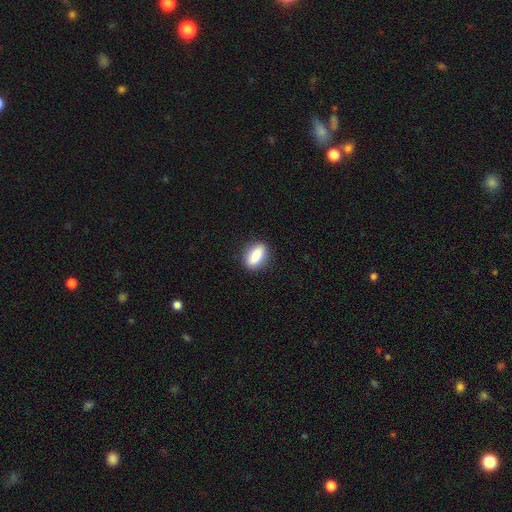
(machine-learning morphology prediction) A smooth galaxy with no disk features (85%) that is in between round and cigar-shaped (77%). Merging: none (86%).